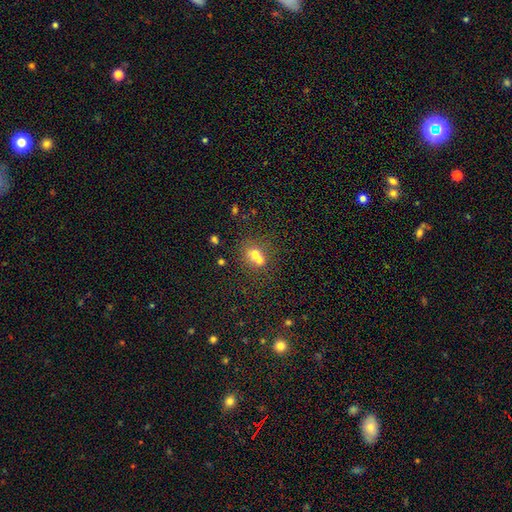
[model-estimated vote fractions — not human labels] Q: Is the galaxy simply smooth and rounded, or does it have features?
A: smooth — 64%.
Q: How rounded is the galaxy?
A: in between — 51%.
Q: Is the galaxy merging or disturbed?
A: merger — 54%.